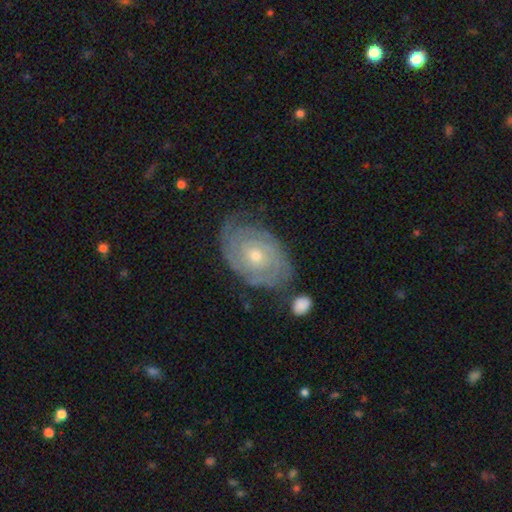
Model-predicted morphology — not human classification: Smooth or featured? featured or disk (85%)
Edge-on disk? no (96%)
Bar? no (78%)
Spiral arms? yes (95%)
Spiral winding? tight (81%)
Spiral arm count? 2 (37%)
Bulge size? small (56%)
Merging? none (72%)